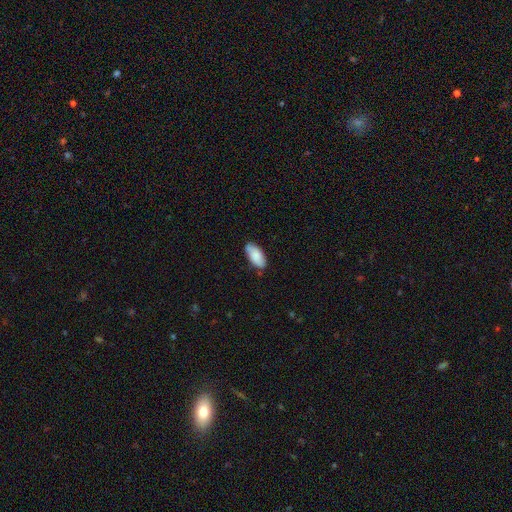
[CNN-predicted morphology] smooth_or_featured: smooth (p=0.83) [alt: featured or disk p=0.11]
how_rounded: in between (p=0.91) [alt: cigar-shaped p=0.07]
merging: none (p=0.83) [alt: minor disturbance p=0.13]